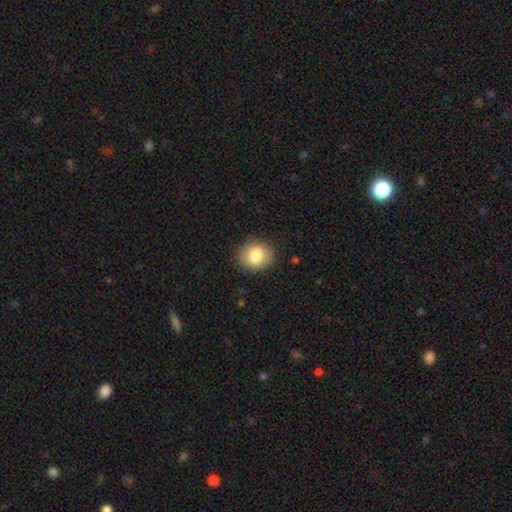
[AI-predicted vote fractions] This is clearly a smooth galaxy (83%). How rounded: likely round (69%). Merging: clearly none (86%).